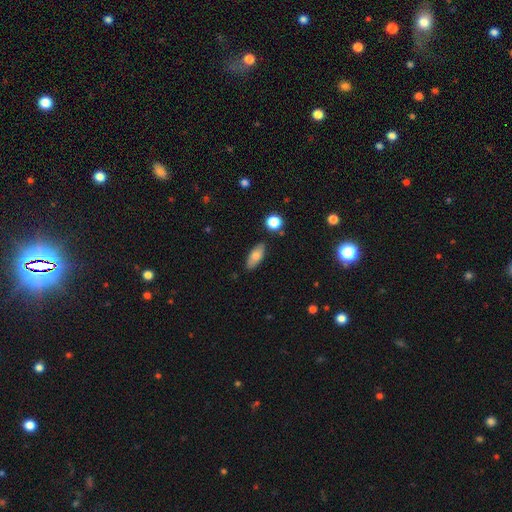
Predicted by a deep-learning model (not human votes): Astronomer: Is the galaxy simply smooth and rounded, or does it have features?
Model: smooth — 76%.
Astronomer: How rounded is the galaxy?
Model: in between — 81%.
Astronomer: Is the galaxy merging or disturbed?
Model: none — 83%.